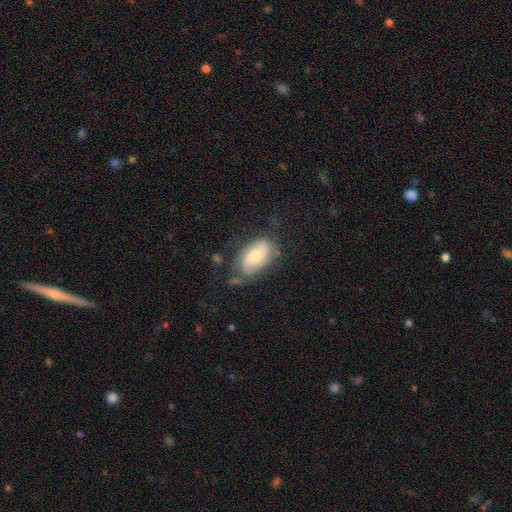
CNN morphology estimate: featured or disk 51%, smooth 42%, star or artifact 7%. Down the decision tree: edge-on disk — no (95%); merging — none (56%).